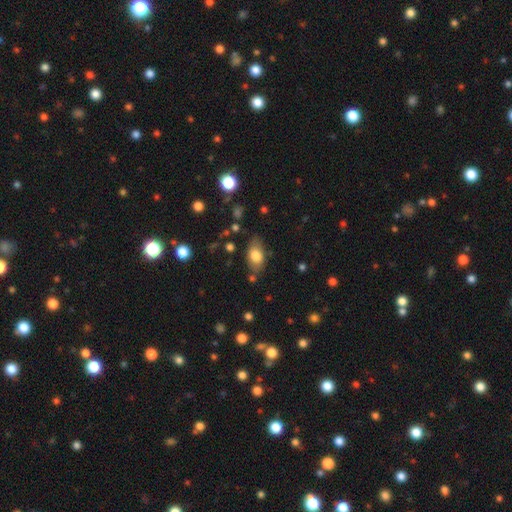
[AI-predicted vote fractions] smooth-or-featured: smooth: 78% | featured or disk: 15% | star or artifact: 8%
  how-rounded: in between: 88% | round: 8% | cigar-shaped: 4%
  merging: none: 73% | minor disturbance: 18% | major disturbance: 5% | merger: 4%